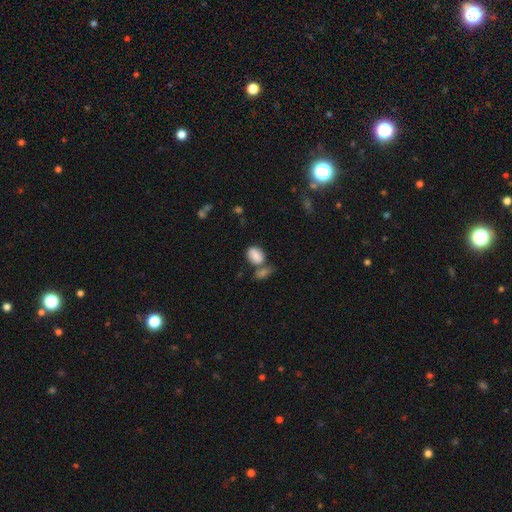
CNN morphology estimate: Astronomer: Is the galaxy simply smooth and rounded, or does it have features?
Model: smooth — 82%.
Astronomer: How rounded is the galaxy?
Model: in between — 73%.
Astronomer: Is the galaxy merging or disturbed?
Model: none — 43% (runner-up: merger, 37%).